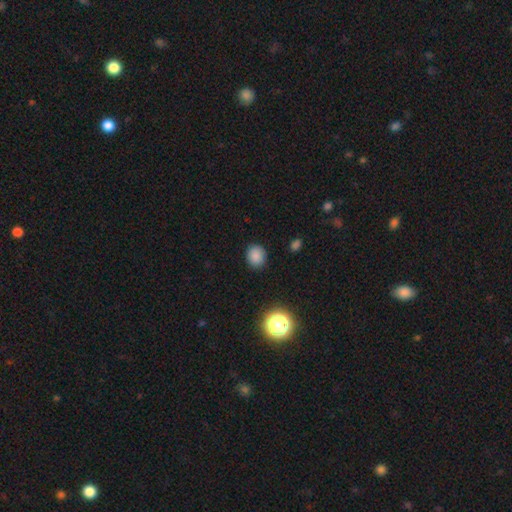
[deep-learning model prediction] A smooth galaxy with no disk features (83%) that is round (73%). Merging: none (88%).